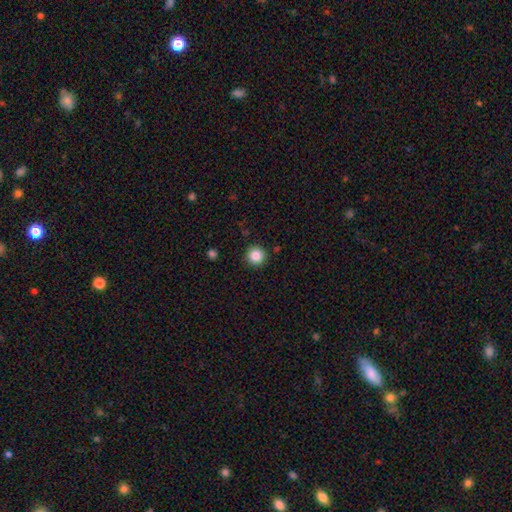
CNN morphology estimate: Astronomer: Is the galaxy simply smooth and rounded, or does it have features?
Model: smooth — 85%.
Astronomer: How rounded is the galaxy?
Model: round — 96%.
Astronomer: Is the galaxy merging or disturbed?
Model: none — 92%.